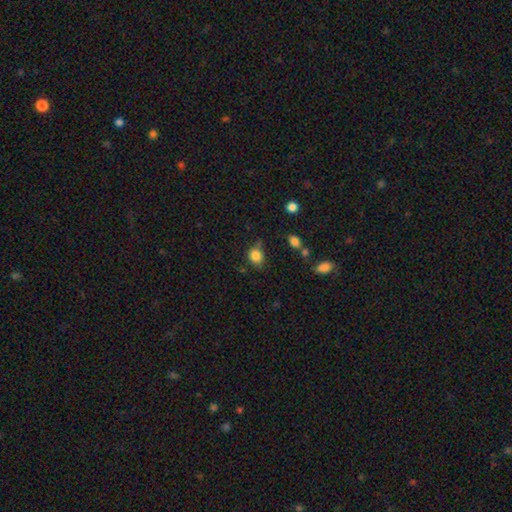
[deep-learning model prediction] Smooth or featured?
  - smooth: 84% *
  - star or artifact: 11%
  - featured or disk: 6%
How rounded?
  - round: 71% *
  - in between: 28%
  - cigar-shaped: 1%
Merging?
  - none: 64% *
  - minor disturbance: 24%
  - merger: 6%
  - major disturbance: 6%